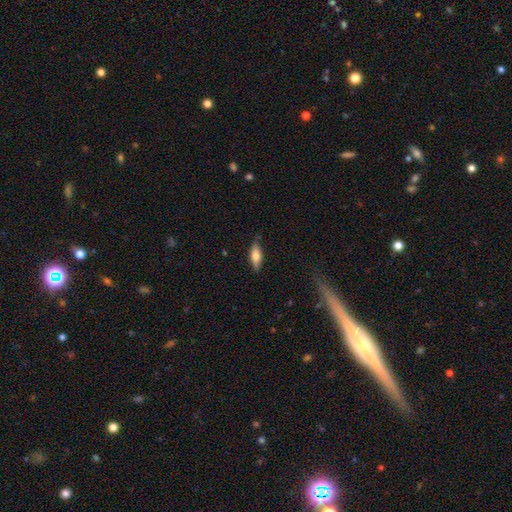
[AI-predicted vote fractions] smooth_or_featured: smooth (p=0.65) [alt: featured or disk p=0.29]
how_rounded: in between (p=0.61) [alt: cigar-shaped p=0.37]
merging: none (p=0.79) [alt: minor disturbance p=0.16]